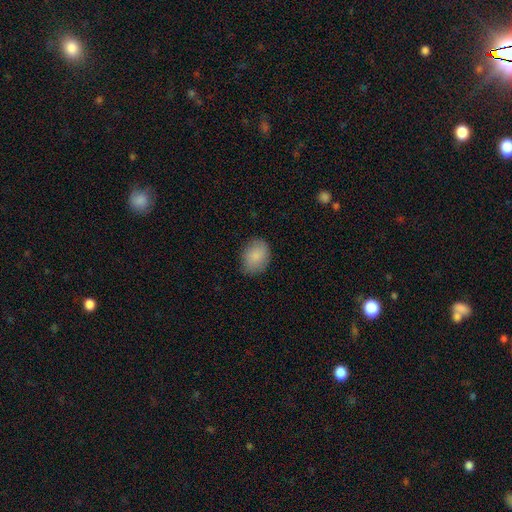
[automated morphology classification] Smooth or featured?
  - smooth: 87% *
  - featured or disk: 7%
  - star or artifact: 7%
How rounded?
  - in between: 68% *
  - round: 31%
  - cigar-shaped: 1%
Merging?
  - none: 81% *
  - minor disturbance: 15%
  - major disturbance: 3%
  - merger: 1%